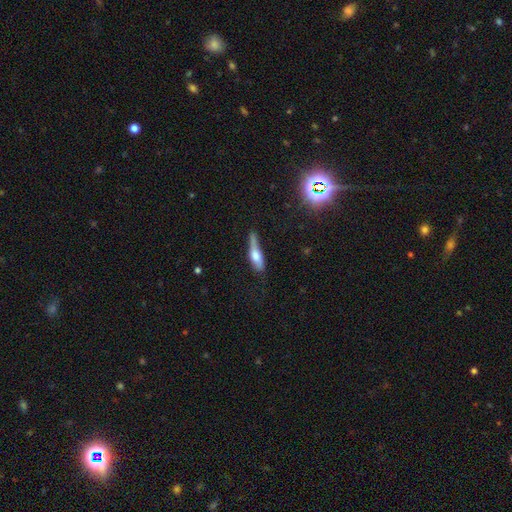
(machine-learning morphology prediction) Smooth or featured? Predicted: smooth (p=0.58). How rounded? Predicted: cigar-shaped (p=0.64). Merging? Predicted: none (p=0.42).